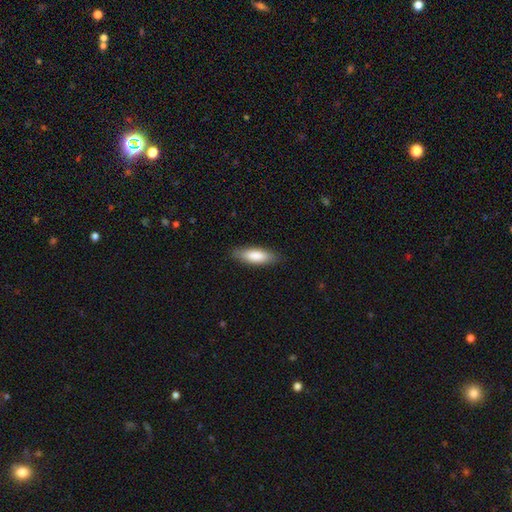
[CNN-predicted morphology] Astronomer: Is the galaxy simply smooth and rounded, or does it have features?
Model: smooth — 83%.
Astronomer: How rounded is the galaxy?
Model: in between — 56% (runner-up: cigar-shaped, 42%).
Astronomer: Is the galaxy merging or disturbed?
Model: none — 85%.